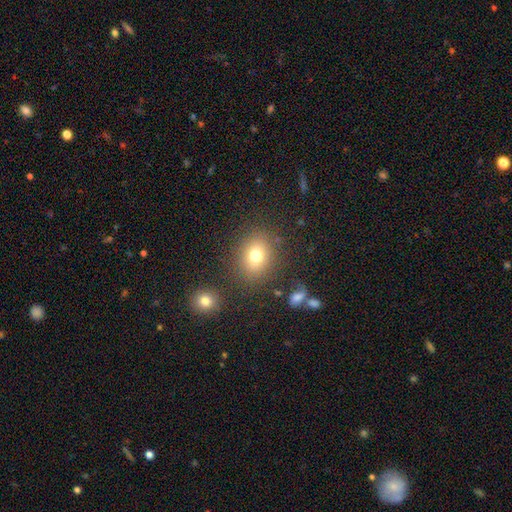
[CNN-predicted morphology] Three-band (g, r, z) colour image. It shows a smooth galaxy with no disk features (75%) that is round (51%). Merging: none (82%).